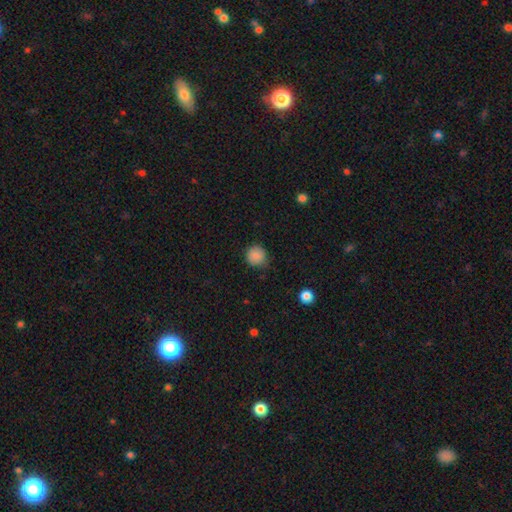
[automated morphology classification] A smooth galaxy with no disk features (87%) that is round (93%). Merging: none (80%).